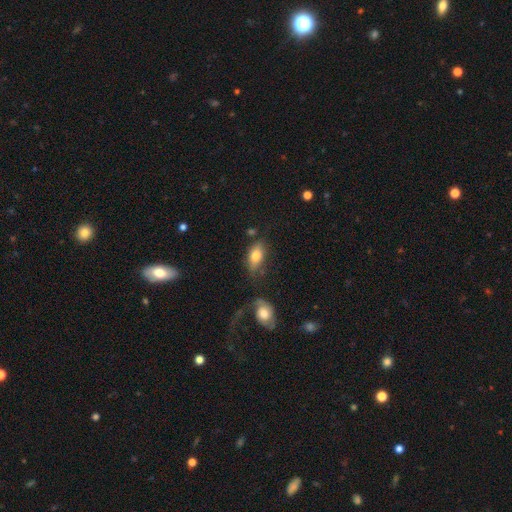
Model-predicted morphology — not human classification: smooth-or-featured: smooth: 76% | featured or disk: 17% | star or artifact: 7%
  how-rounded: in between: 88% | round: 7% | cigar-shaped: 5%
  merging: none: 60% | minor disturbance: 21% | merger: 11% | major disturbance: 9%